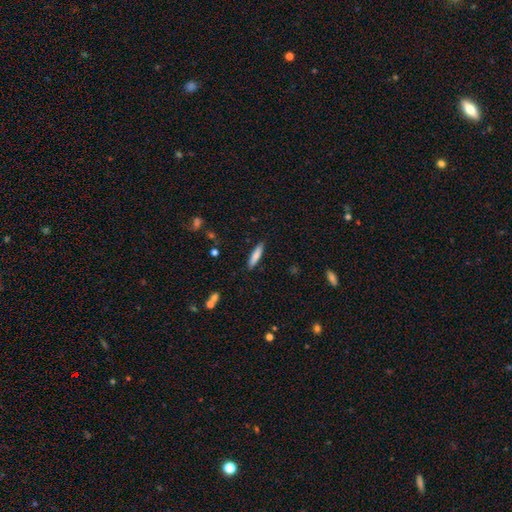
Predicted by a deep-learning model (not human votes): The model was most divided on "how rounded": cigar-shaped: 81%, in between: 17%, round: 1%. More confident: merging — none (89%); smooth or featured — smooth (79%).